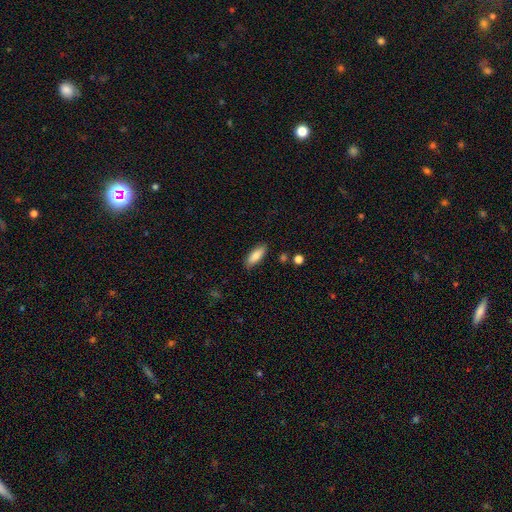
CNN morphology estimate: This is clearly a smooth galaxy (83%). How rounded: likely in between (68%). Merging: clearly none (84%).